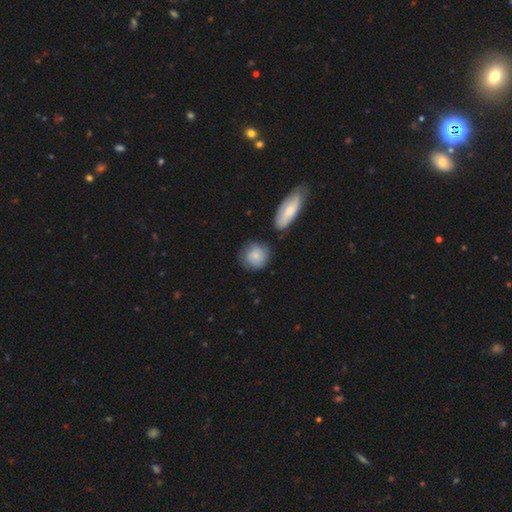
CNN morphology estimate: smooth_or_featured: smooth (p=0.78) [alt: featured or disk p=0.16]
how_rounded: round (p=0.83) [alt: in between p=0.16]
merging: none (p=0.68) [alt: minor disturbance p=0.19]